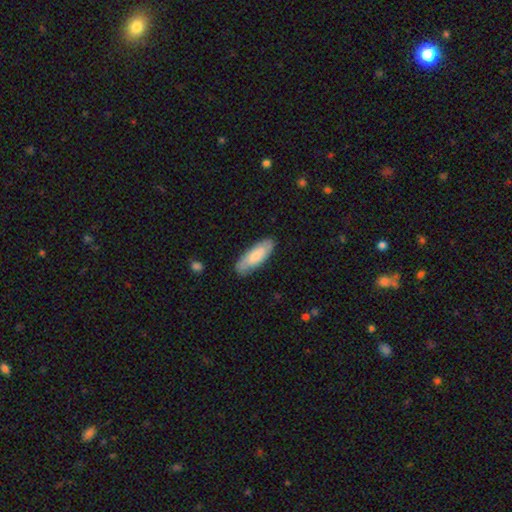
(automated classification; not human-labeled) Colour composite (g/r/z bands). It shows a smooth galaxy with no disk features (71%) that is in between round and cigar-shaped (66%). Merging: none (83%).